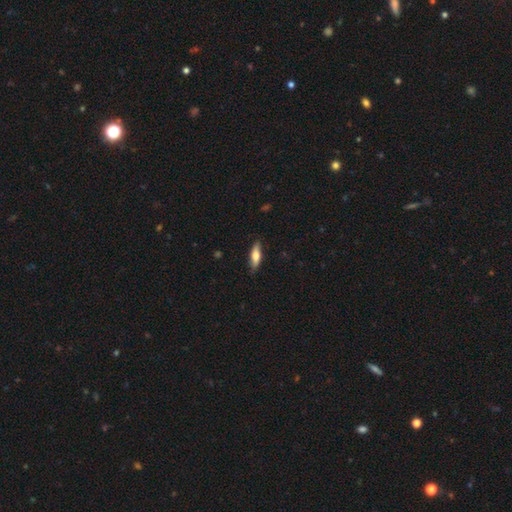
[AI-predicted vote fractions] Smooth or featured? smooth (66%)
How rounded? cigar-shaped (50%)
Merging? none (83%)